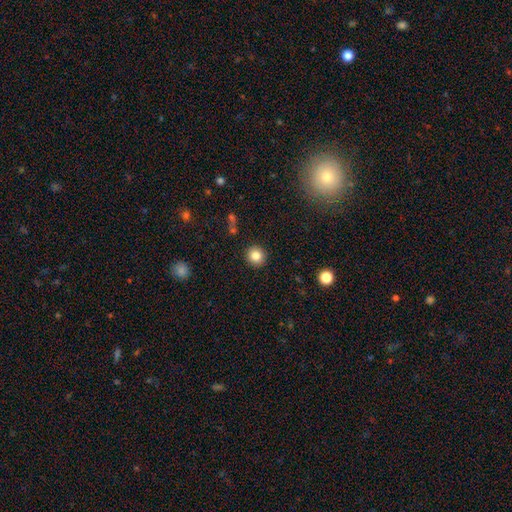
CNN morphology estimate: A smooth galaxy with no disk features (83%) that is round (93%).

Vote fractions:
- Smooth or featured? smooth: 83% / star or artifact: 10% / featured or disk: 7%
- How rounded? round: 93% / in between: 6% / cigar-shaped: 1%
- Merging? none: 91% / minor disturbance: 6% / major disturbance: 2% / merger: 2%